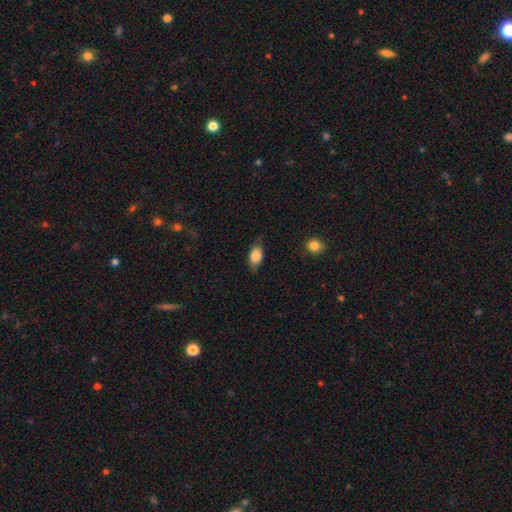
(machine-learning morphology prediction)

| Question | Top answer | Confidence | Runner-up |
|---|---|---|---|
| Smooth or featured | smooth | 83% | featured or disk (10%) |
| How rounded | in between | 87% | round (9%) |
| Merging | none | 74% | minor disturbance (20%) |